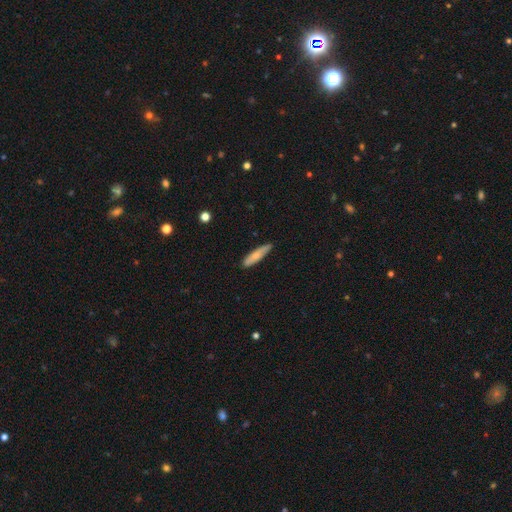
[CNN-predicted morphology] This is likely a smooth galaxy (74%). How rounded: clearly cigar-shaped (80%). Merging: clearly none (83%).